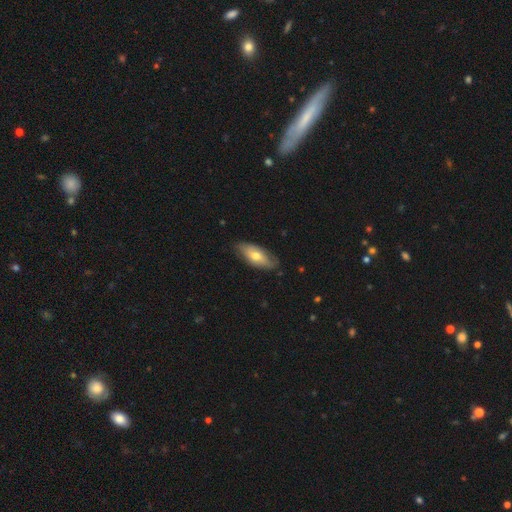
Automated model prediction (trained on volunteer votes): This is likely a smooth galaxy (61%). How rounded: clearly in between (85%). Merging: likely none (75%).